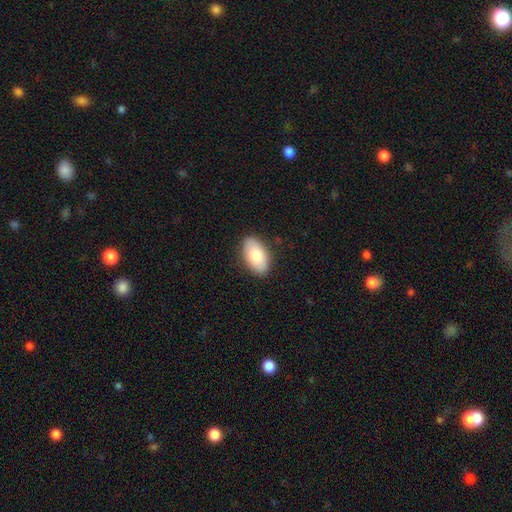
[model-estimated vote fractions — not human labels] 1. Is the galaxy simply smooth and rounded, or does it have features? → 82% smooth, 12% featured or disk, 6% star or artifact.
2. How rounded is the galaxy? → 94% in between, 4% round, 2% cigar-shaped.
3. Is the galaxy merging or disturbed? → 87% none, 10% minor disturbance, 2% major disturbance, 1% merger.